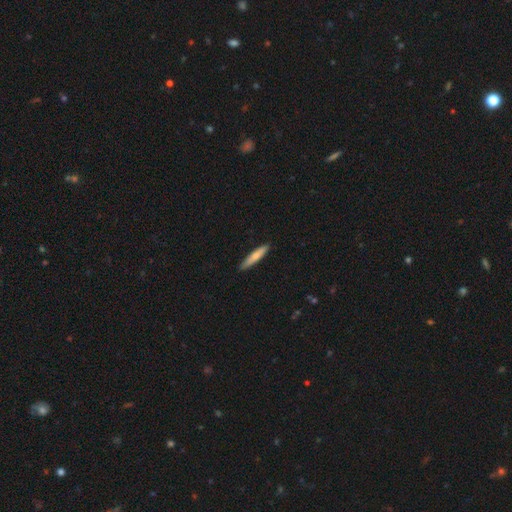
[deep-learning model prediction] Smooth or featured?
  - smooth: 72% *
  - featured or disk: 22%
  - star or artifact: 5%
How rounded?
  - cigar-shaped: 90% *
  - in between: 9%
  - round: 1%
Merging?
  - none: 89% *
  - minor disturbance: 8%
  - major disturbance: 1%
  - merger: 1%